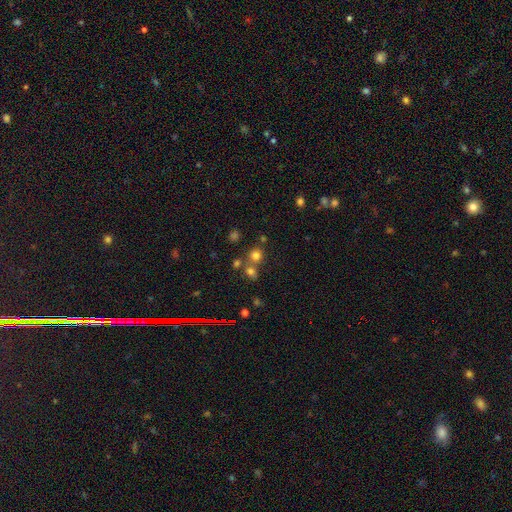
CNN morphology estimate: A smooth galaxy with no disk features (71%) that is round (87%). Merging: none (63%).